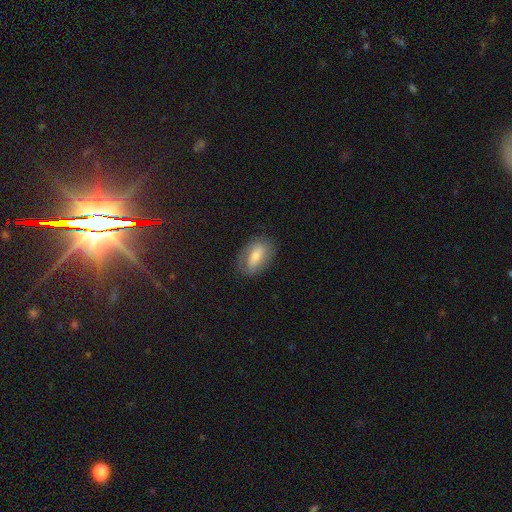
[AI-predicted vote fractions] smooth_or_featured: smooth (p=0.55) [alt: featured or disk p=0.35]
how_rounded: in between (p=0.88) [alt: round p=0.07]
merging: none (p=0.75) [alt: minor disturbance p=0.18]